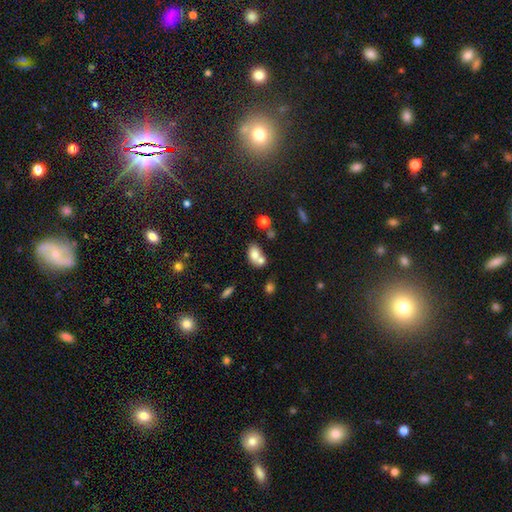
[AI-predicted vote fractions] smooth-or-featured: smooth: 73% | featured or disk: 17% | star or artifact: 10%
  how-rounded: in between: 77% | round: 22% | cigar-shaped: 2%
  merging: merger: 54% | none: 31% | minor disturbance: 10% | major disturbance: 4%